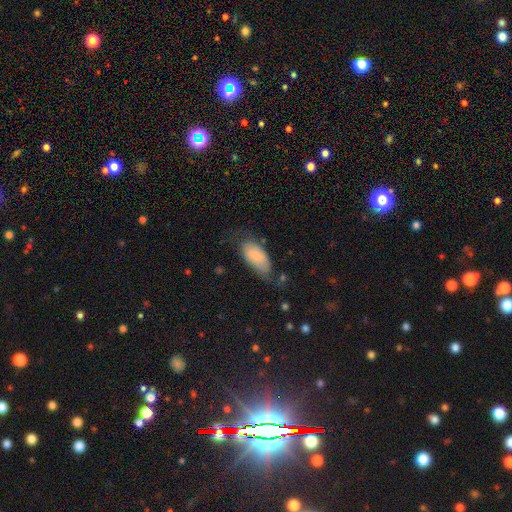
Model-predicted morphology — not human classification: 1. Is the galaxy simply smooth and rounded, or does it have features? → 76% smooth, 18% featured or disk, 6% star or artifact.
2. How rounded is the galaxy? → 92% in between, 5% cigar-shaped, 2% round.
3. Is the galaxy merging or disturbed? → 49% none, 33% minor disturbance, 15% major disturbance, 3% merger.